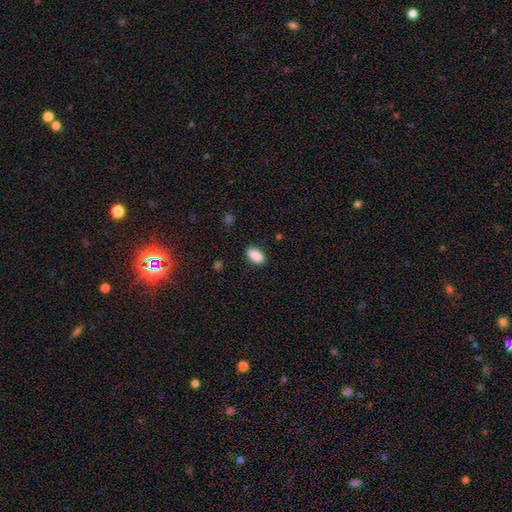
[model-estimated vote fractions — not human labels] smooth_or_featured: smooth (p=0.88) [alt: star or artifact p=0.07]
how_rounded: in between (p=0.90) [alt: cigar-shaped p=0.06]
merging: none (p=0.86) [alt: minor disturbance p=0.10]